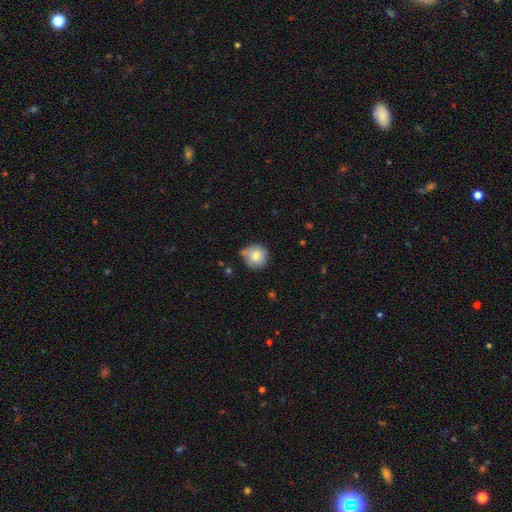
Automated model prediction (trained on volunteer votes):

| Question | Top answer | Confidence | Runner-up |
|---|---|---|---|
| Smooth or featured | smooth | 79% | featured or disk (12%) |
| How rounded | round | 93% | in between (6%) |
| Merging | none | 68% | minor disturbance (21%) |